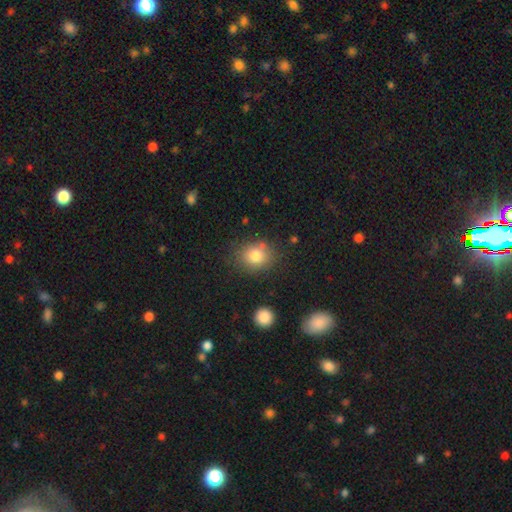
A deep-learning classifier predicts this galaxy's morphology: Smooth or featured?
  - smooth: 81% *
  - star or artifact: 11%
  - featured or disk: 9%
How rounded?
  - round: 69% *
  - in between: 30%
  - cigar-shaped: 1%
Merging?
  - none: 76% *
  - minor disturbance: 13%
  - merger: 6%
  - major disturbance: 4%